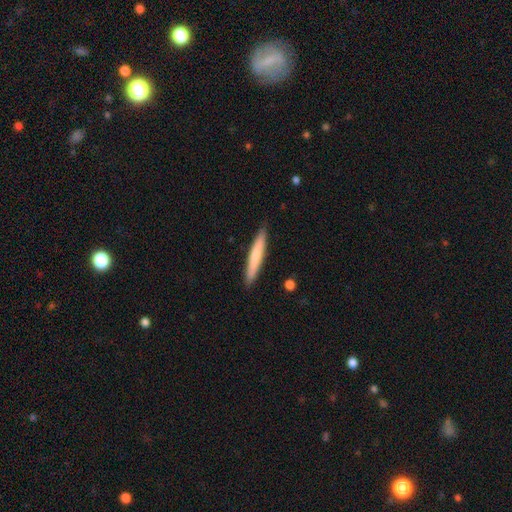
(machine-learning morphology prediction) smooth_or_featured: smooth (p=0.70) [alt: featured or disk p=0.25]
how_rounded: cigar-shaped (p=0.94) [alt: in between p=0.05]
merging: none (p=0.89) [alt: minor disturbance p=0.08]